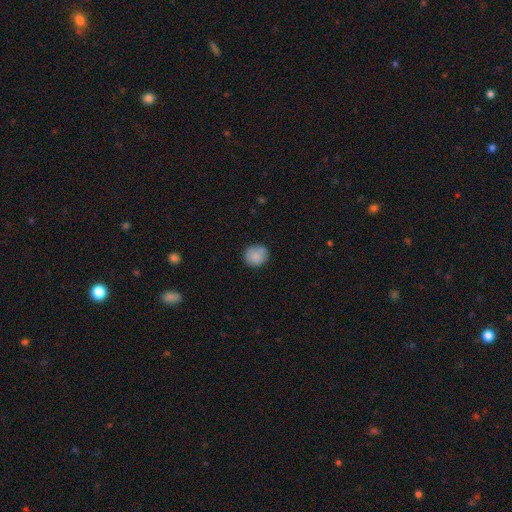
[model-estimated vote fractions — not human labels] This is clearly a smooth galaxy (84%). How rounded: clearly round (86%). Merging: likely none (79%).